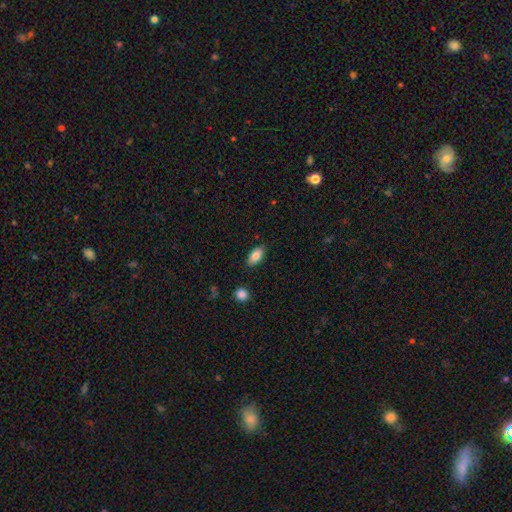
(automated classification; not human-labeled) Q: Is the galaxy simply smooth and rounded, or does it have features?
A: smooth — 83%.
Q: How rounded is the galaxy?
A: in between — 91%.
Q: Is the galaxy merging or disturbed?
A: none — 86%.